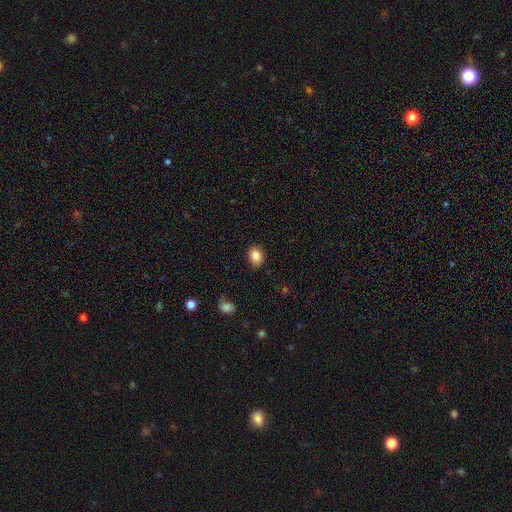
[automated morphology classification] A smooth galaxy with no disk features (87%) that is in between round and cigar-shaped (54%).

Vote fractions:
- Smooth or featured? smooth: 87% / star or artifact: 9% / featured or disk: 4%
- How rounded? in between: 54% / round: 45% / cigar-shaped: 1%
- Merging? none: 83% / minor disturbance: 13% / major disturbance: 3% / merger: 1%